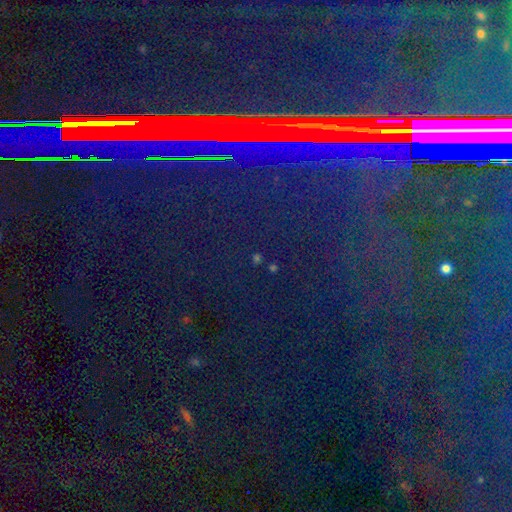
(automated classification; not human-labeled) This appears to be a star or artifact, not a galaxy (86%).